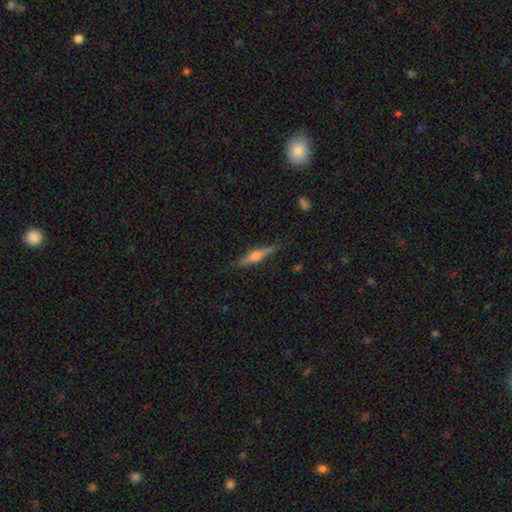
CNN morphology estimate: smooth_or_featured: featured or disk (p=0.69) [alt: smooth p=0.24]
disk_edge_on: yes (p=0.97) [alt: no p=0.03]
edge_on_bulge: rounded (p=0.86) [alt: boxy p=0.10]
merging: none (p=0.86) [alt: minor disturbance p=0.10]